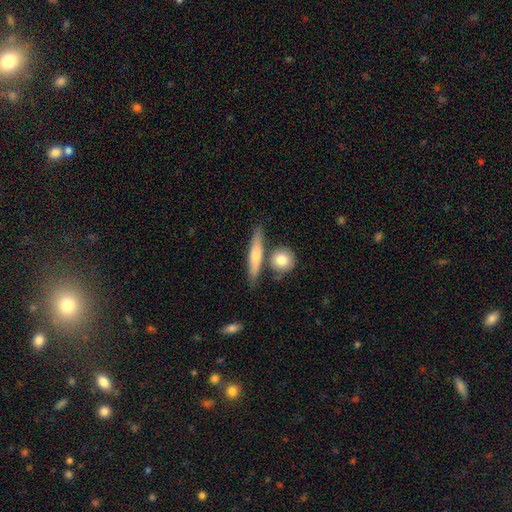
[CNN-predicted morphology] Q: Smooth or featured?
A: smooth (62%); runner-up: featured or disk (33%)
Q: How rounded?
A: cigar-shaped (78%); runner-up: in between (16%)
Q: Merging?
A: none (69%); runner-up: merger (16%)